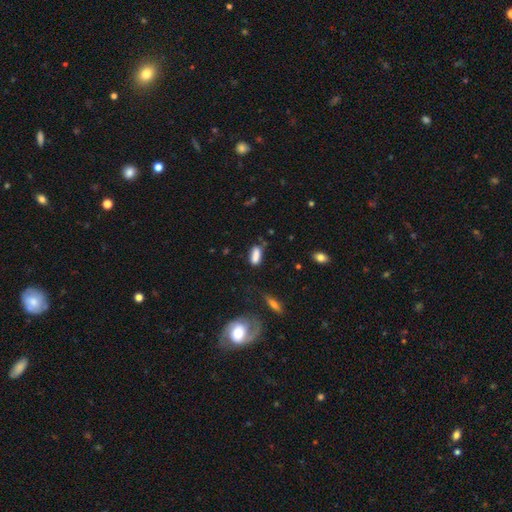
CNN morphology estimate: type=smooth (83%); roundness=in between (70%); merging=none (64%).